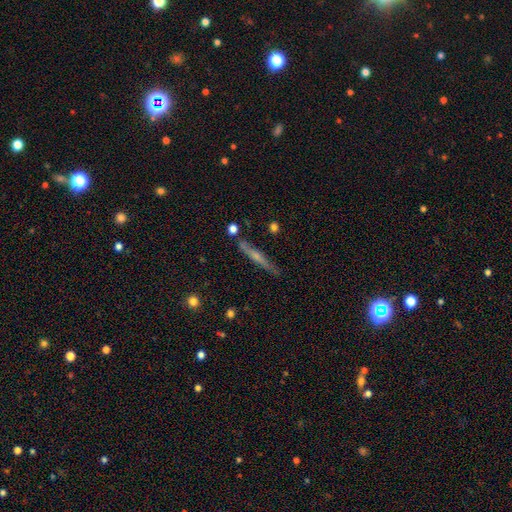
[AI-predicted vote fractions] featured or disk 57%, smooth 35%, star or artifact 8%. Down the decision tree: edge-on disk — yes (93%); edge-on bulge — rounded (56%); merging — none (81%).